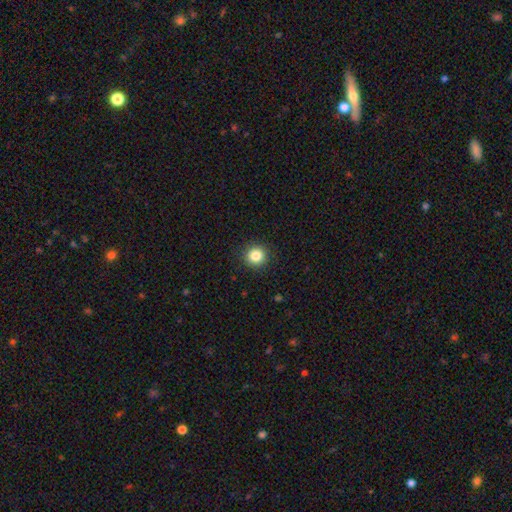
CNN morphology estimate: Smooth or featured?
  - smooth: 84% *
  - star or artifact: 11%
  - featured or disk: 5%
How rounded?
  - round: 93% *
  - in between: 6%
  - cigar-shaped: 1%
Merging?
  - none: 92% *
  - minor disturbance: 5%
  - major disturbance: 2%
  - merger: 1%